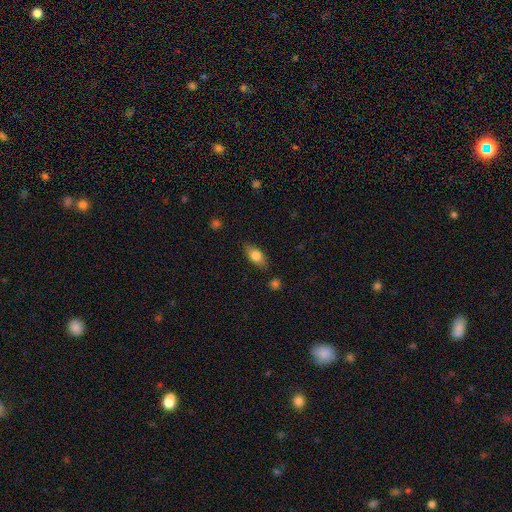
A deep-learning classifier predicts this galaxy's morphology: Overall: smooth (78%). How rounded: in between (85%). Merging: none (81%).